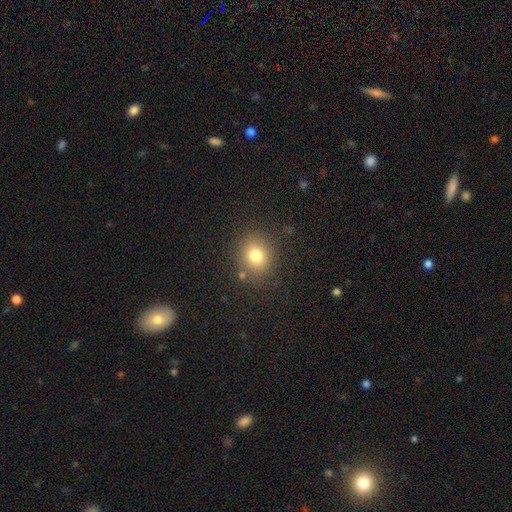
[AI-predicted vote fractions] This appears to be a smooth galaxy with no disk features (78%) that is round (76%). Merging: none (83%).